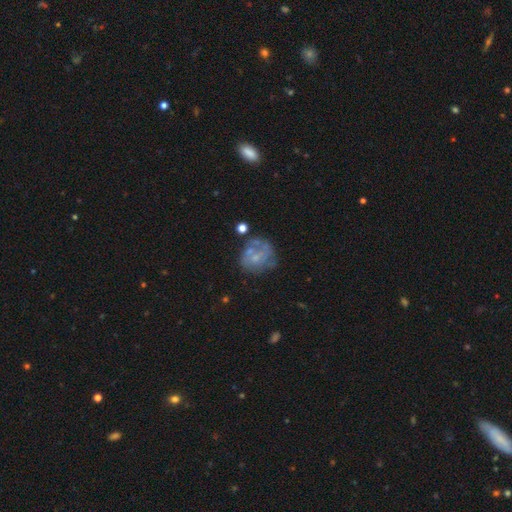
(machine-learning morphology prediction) smooth-or-featured: featured or disk: 54% | smooth: 35% | star or artifact: 11%
  disk-edge-on: no: 98% | yes: 2%
    bar: no: 81% | weak: 16% | strong: 3%
    has-spiral-arms: no: 71% | yes: 29%
    bulge-size: small: 44% | none: 30% | moderate: 23% | large: 2% | dominant: 1%
  merging: none: 47% | minor disturbance: 22% | major disturbance: 20% | merger: 11%